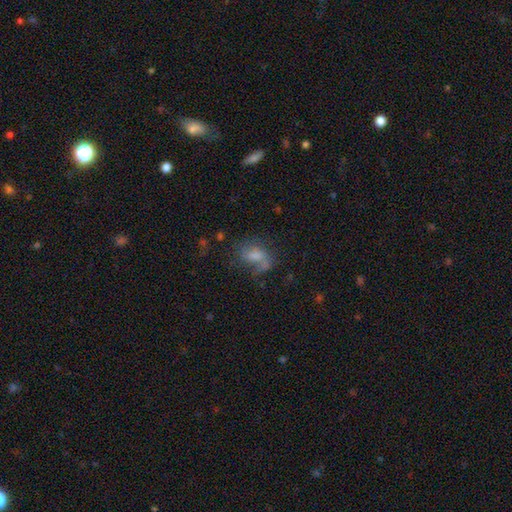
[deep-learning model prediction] Smooth or featured: smooth — 49% (featured or disk — 37%)
Merging: none — 40% (major disturbance — 27%)